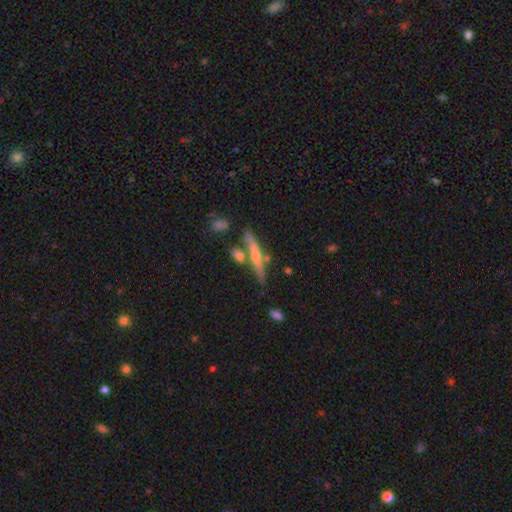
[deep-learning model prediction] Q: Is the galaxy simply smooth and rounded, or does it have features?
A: featured or disk — 47%.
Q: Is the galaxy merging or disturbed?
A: none — 69%.